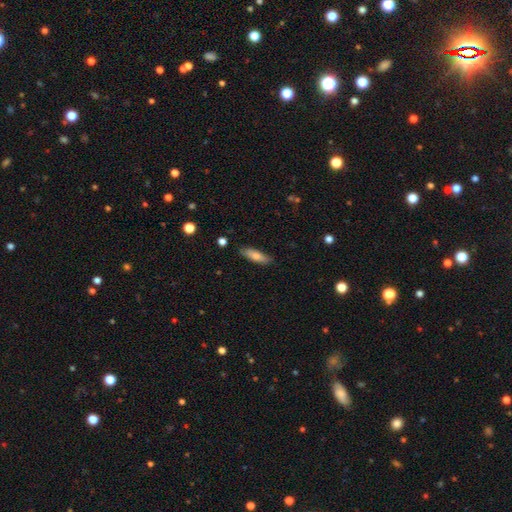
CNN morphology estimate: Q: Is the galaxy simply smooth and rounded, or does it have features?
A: smooth — 72%.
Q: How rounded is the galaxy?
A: cigar-shaped — 50%.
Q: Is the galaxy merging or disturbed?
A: none — 86%.